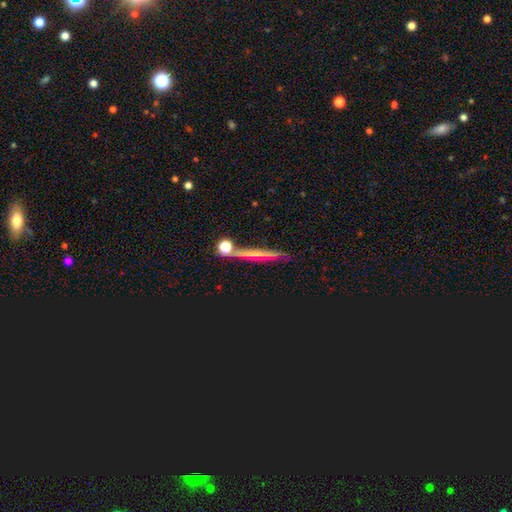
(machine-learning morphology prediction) Overall: featured or disk (42%; smooth 34%). Merging: none (78%).